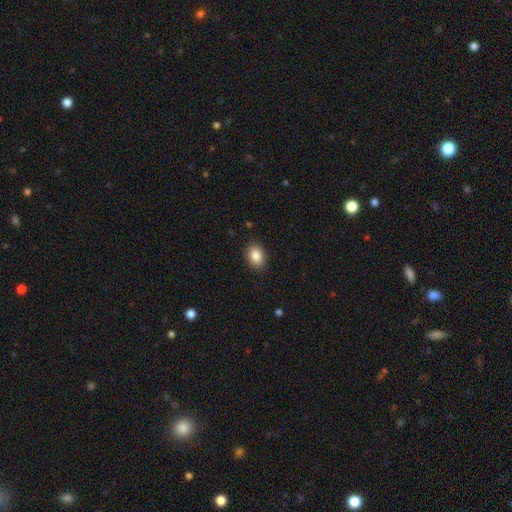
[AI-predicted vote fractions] The model was most divided on "how rounded": in between: 67%, round: 32%, cigar-shaped: 1%. More confident: merging — none (88%); smooth or featured — smooth (87%).